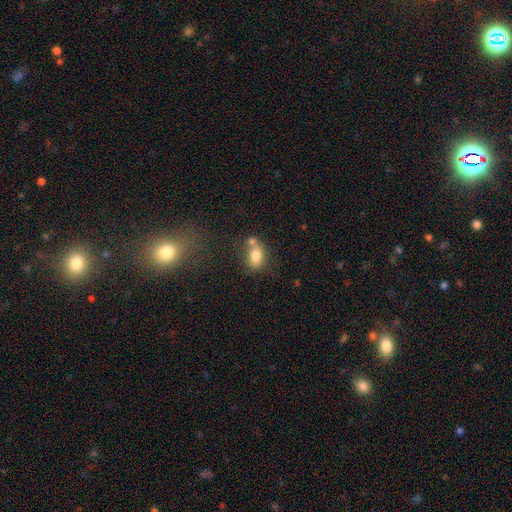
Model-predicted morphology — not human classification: smooth 77%, featured or disk 13%, star or artifact 9%. Down the decision tree: how rounded — in between (76%); merging — merger (39%).